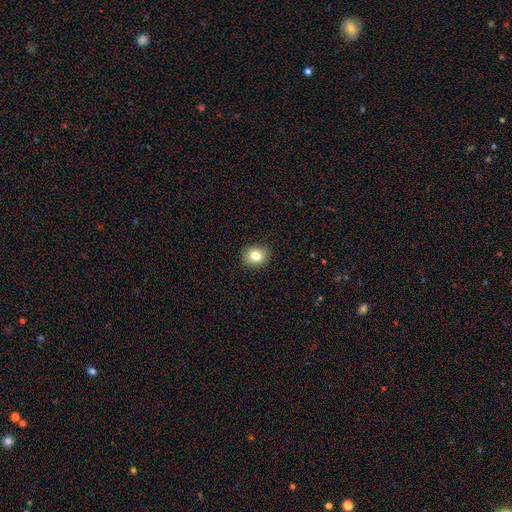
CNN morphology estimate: Smooth or featured?
  - smooth: 81% *
  - star or artifact: 10%
  - featured or disk: 8%
How rounded?
  - round: 71% *
  - in between: 28%
  - cigar-shaped: 1%
Merging?
  - none: 90% *
  - minor disturbance: 7%
  - major disturbance: 2%
  - merger: 1%